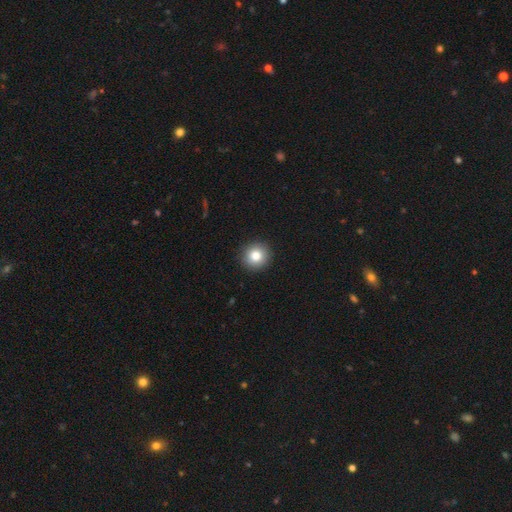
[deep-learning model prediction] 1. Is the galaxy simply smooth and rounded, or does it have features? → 82% smooth, 10% star or artifact, 8% featured or disk.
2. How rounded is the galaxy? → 92% round, 7% in between, 1% cigar-shaped.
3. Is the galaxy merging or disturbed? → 92% none, 5% minor disturbance, 2% major disturbance, 1% merger.